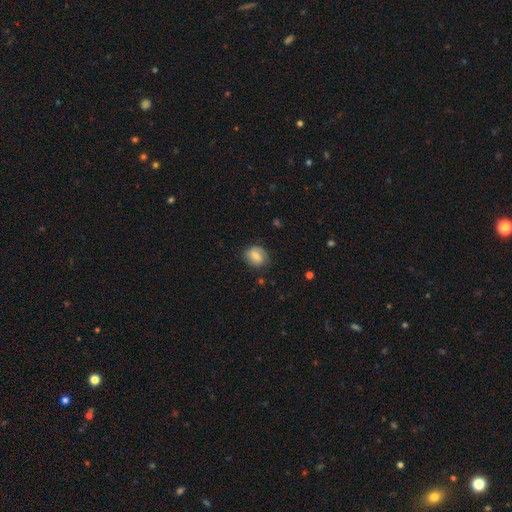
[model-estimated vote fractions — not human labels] A smooth galaxy with no disk features (67%) that is round (61%).

Vote fractions:
- Smooth or featured? smooth: 67% / featured or disk: 25% / star or artifact: 8%
- How rounded? round: 61% / in between: 38% / cigar-shaped: 1%
- Merging? none: 73% / minor disturbance: 20% / major disturbance: 6% / merger: 1%